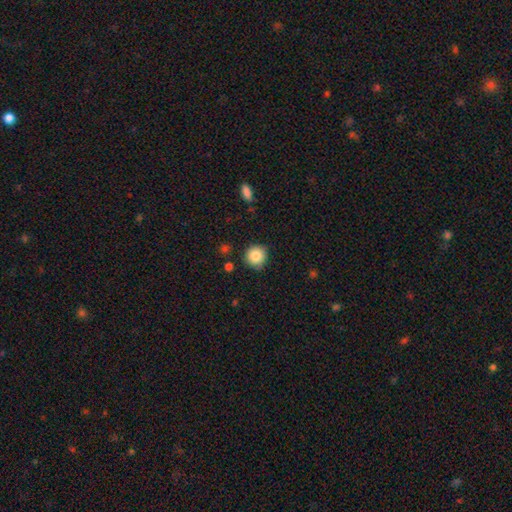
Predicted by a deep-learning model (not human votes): Q: Smooth or featured?
A: smooth (84%); runner-up: star or artifact (9%)
Q: How rounded?
A: round (93%); runner-up: in between (6%)
Q: Merging?
A: none (83%); runner-up: minor disturbance (12%)